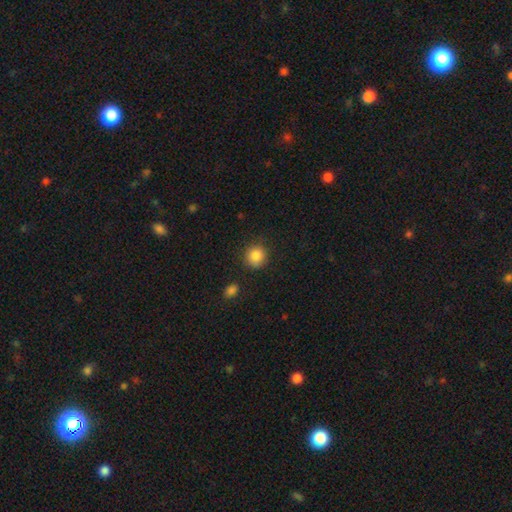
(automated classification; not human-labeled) Smooth or featured: smooth — 87% (star or artifact — 9%)
How rounded: round — 89% (in between — 10%)
Merging: none — 85% (minor disturbance — 10%)